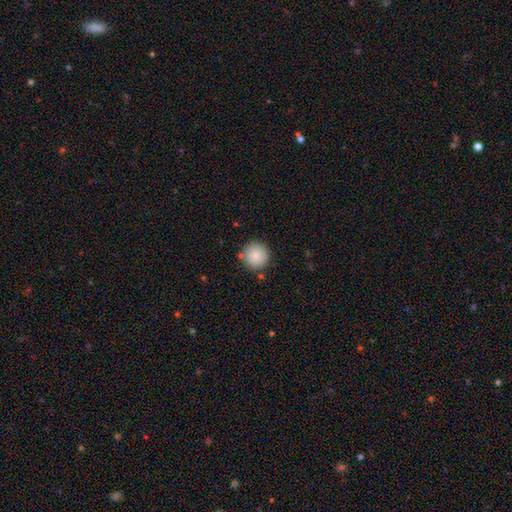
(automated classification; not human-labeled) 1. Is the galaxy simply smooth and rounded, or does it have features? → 84% smooth, 8% star or artifact, 8% featured or disk.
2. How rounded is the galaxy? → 96% round, 3% in between, 1% cigar-shaped.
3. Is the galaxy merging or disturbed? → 87% none, 8% minor disturbance, 3% merger, 2% major disturbance.